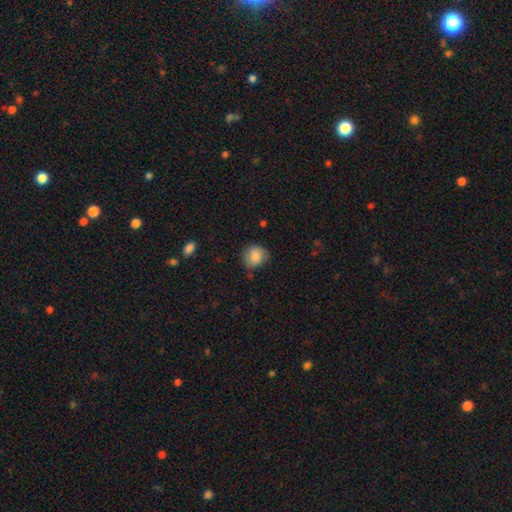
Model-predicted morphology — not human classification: Smooth or featured? smooth (85%)
How rounded? round (79%)
Merging? none (72%)